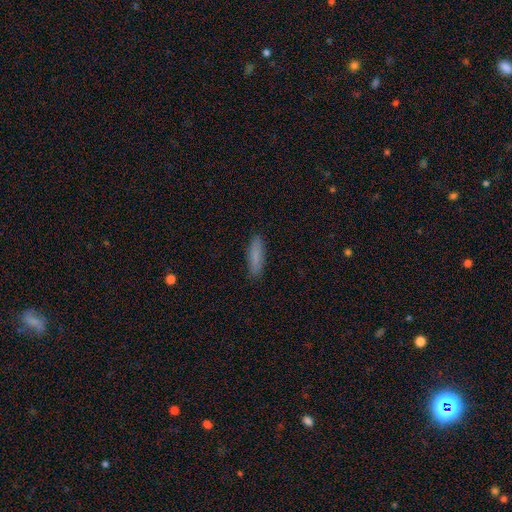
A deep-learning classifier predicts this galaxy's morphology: Overall: smooth (83%). How rounded: cigar-shaped (69%). Merging: none (89%).